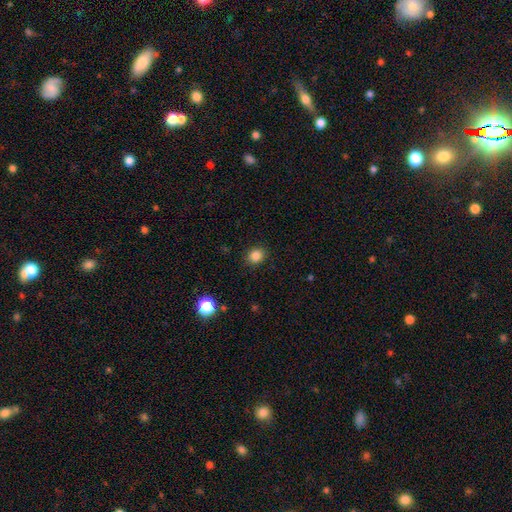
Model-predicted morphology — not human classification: This appears to be a smooth galaxy with no disk features (85%) that is round (66%). Merging: none (89%).